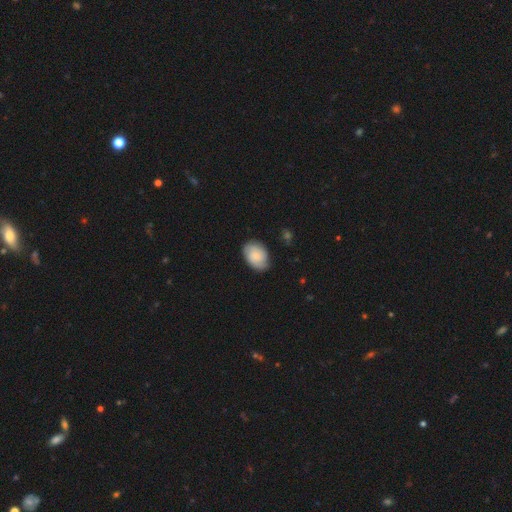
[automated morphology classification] This is likely a smooth galaxy (61%). How rounded: clearly in between (82%). Merging: likely none (77%).